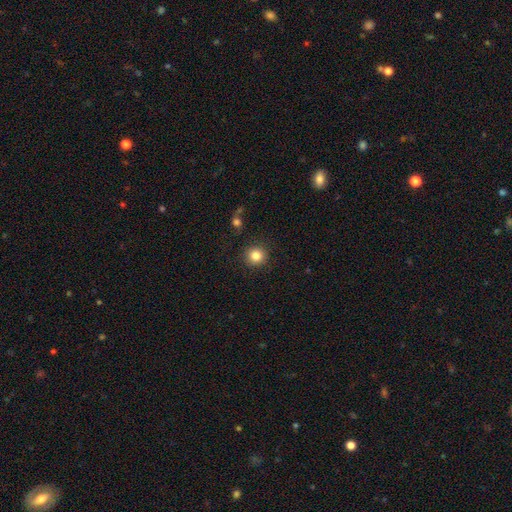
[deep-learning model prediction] A smooth galaxy with no disk features (83%) that is round (93%).

Vote fractions:
- Smooth or featured? smooth: 83% / star or artifact: 11% / featured or disk: 6%
- How rounded? round: 93% / in between: 6% / cigar-shaped: 1%
- Merging? none: 90% / minor disturbance: 6% / major disturbance: 2% / merger: 2%